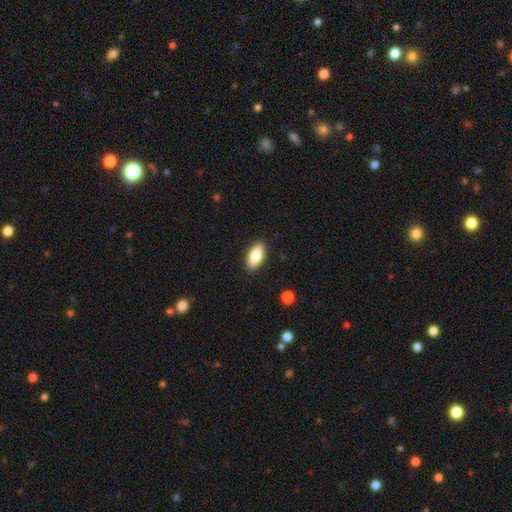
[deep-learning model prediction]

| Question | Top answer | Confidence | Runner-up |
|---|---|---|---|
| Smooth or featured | smooth | 76% | featured or disk (17%) |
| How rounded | in between | 82% | cigar-shaped (15%) |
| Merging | none | 90% | minor disturbance (8%) |